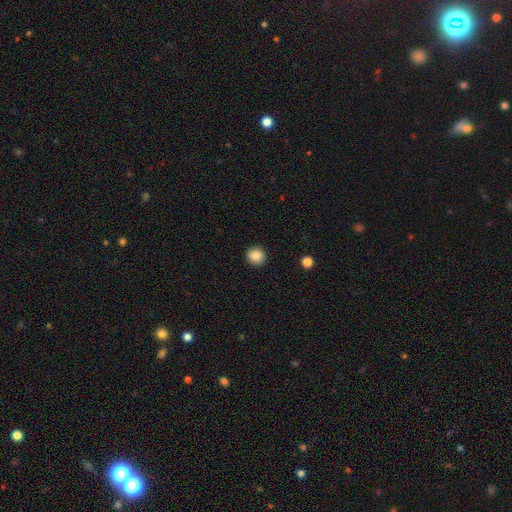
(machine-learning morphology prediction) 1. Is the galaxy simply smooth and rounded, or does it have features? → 87% smooth, 9% star or artifact, 3% featured or disk.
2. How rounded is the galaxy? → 91% round, 8% in between, 1% cigar-shaped.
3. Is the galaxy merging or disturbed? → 91% none, 6% minor disturbance, 2% major disturbance, 1% merger.